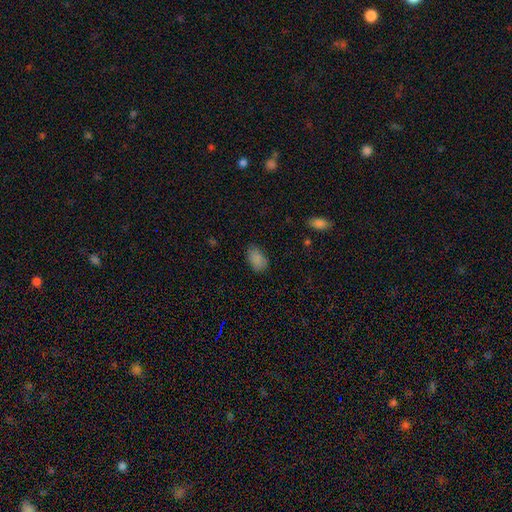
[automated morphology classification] Smooth or featured: smooth — 83% (star or artifact — 13%)
How rounded: in between — 90% (round — 8%)
Merging: none — 79% (minor disturbance — 15%)